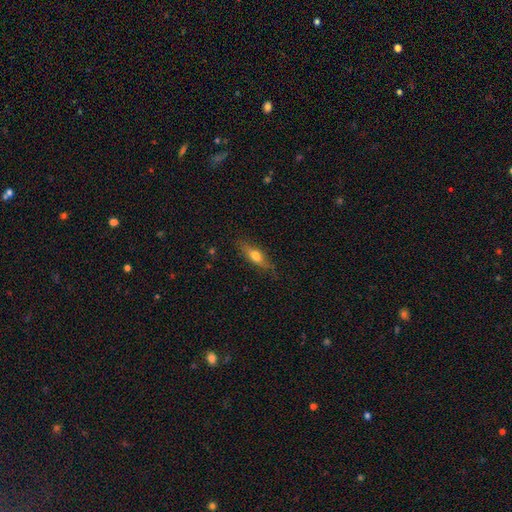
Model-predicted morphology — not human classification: Smooth or featured? smooth (58%)
How rounded? cigar-shaped (50%)
Merging? none (79%)